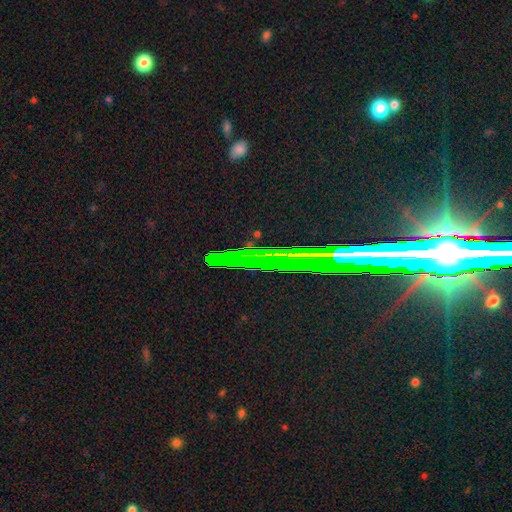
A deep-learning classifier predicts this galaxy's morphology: smooth_or_featured: star or artifact (p=0.70) [alt: smooth p=0.16]